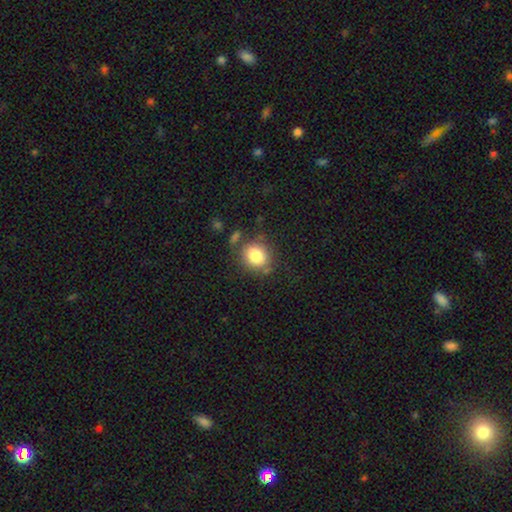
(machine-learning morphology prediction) Smooth or featured? Predicted: smooth (p=0.82). How rounded? Predicted: round (p=0.68). Merging? Predicted: none (p=0.71).